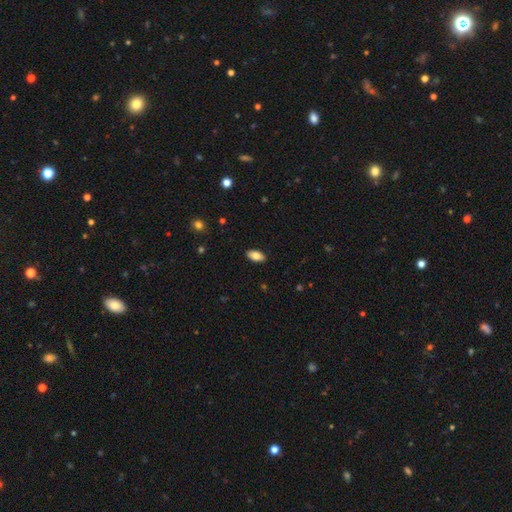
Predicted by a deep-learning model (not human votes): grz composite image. It shows a smooth galaxy with no disk features (82%) that is in between round and cigar-shaped (92%). Merging: none (90%).